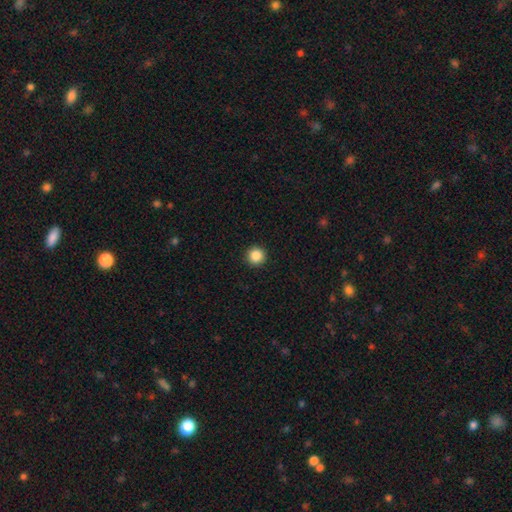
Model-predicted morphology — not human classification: type=smooth (87%); roundness=round (96%); merging=none (93%).